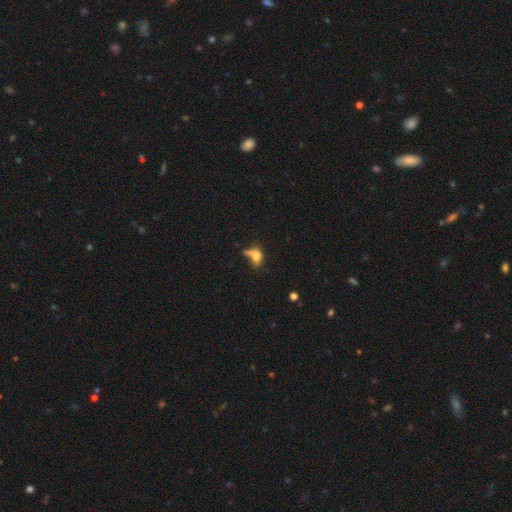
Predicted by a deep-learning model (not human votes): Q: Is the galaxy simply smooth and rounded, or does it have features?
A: smooth — 65%.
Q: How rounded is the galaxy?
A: in between — 70%.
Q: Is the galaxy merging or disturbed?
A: merger — 29%.